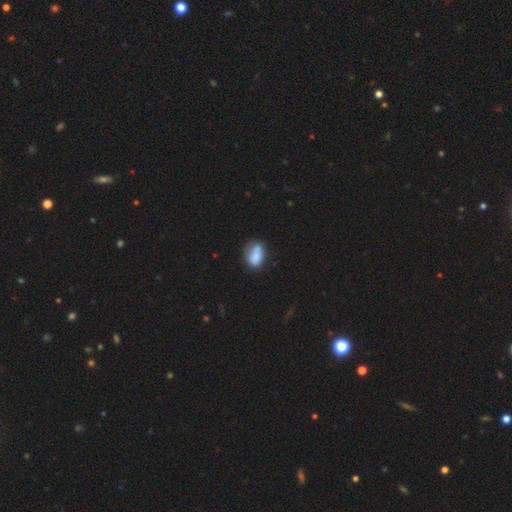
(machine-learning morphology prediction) smooth_or_featured: smooth (p=0.78) [alt: featured or disk p=0.13]
how_rounded: in between (p=0.83) [alt: round p=0.14]
merging: none (p=0.51) [alt: minor disturbance p=0.29]